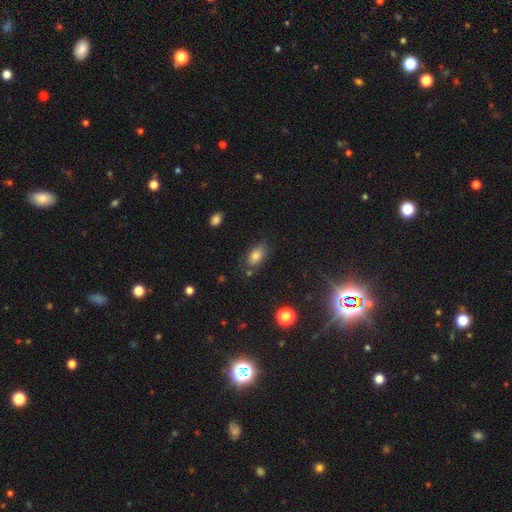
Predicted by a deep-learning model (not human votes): smooth_or_featured: smooth (p=0.79) [alt: star or artifact p=0.11]
how_rounded: in between (p=0.89) [alt: round p=0.07]
merging: none (p=0.76) [alt: minor disturbance p=0.17]